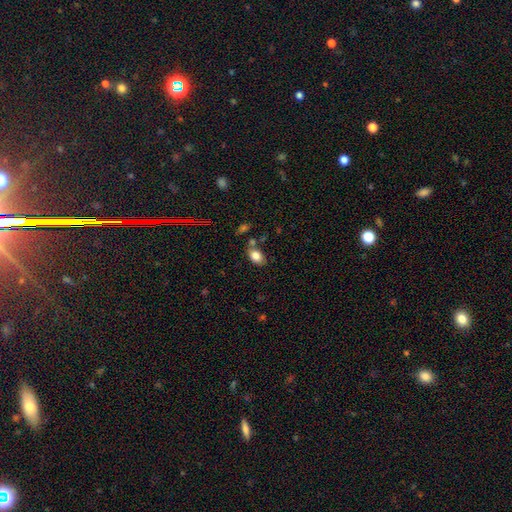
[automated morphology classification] smooth_or_featured: smooth (p=0.81) [alt: star or artifact p=0.09]
how_rounded: in between (p=0.83) [alt: round p=0.16]
merging: none (p=0.68) [alt: minor disturbance p=0.15]